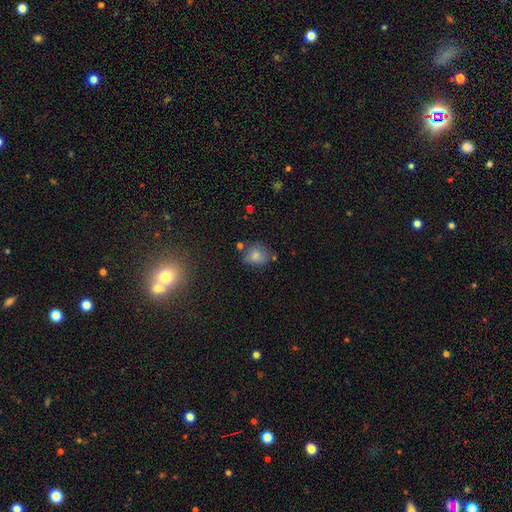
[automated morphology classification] smooth_or_featured: smooth (p=0.76) [alt: star or artifact p=0.12]
how_rounded: round (p=0.61) [alt: in between p=0.38]
merging: none (p=0.62) [alt: minor disturbance p=0.23]